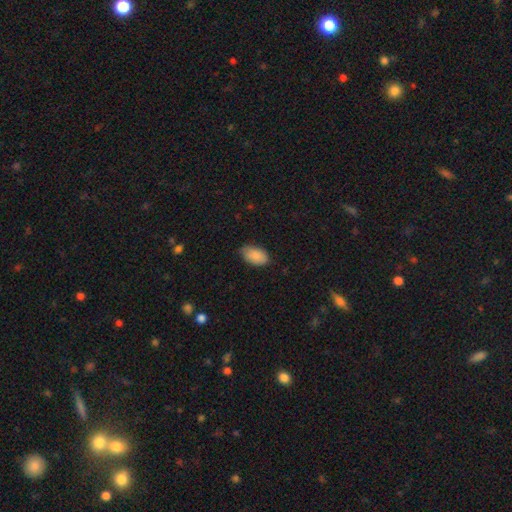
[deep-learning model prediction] Q: Smooth or featured?
A: smooth (88%); runner-up: star or artifact (7%)
Q: How rounded?
A: in between (94%); runner-up: round (4%)
Q: Merging?
A: none (76%); runner-up: minor disturbance (20%)